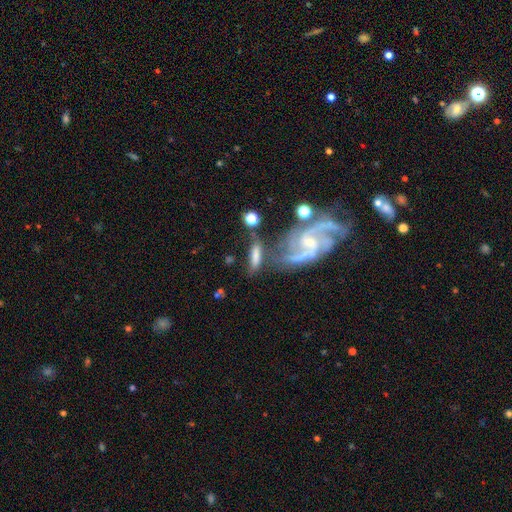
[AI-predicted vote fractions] Morphology: type=smooth (48%); merging=none (46%).